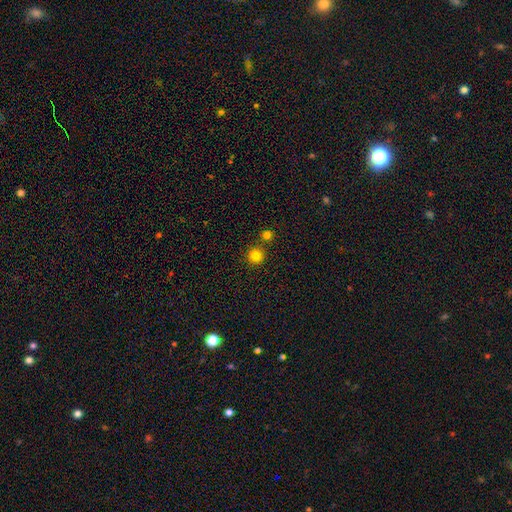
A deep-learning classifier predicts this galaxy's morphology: smooth 81%, star or artifact 14%, featured or disk 5%. Down the decision tree: how rounded — round (94%); merging — none (79%).